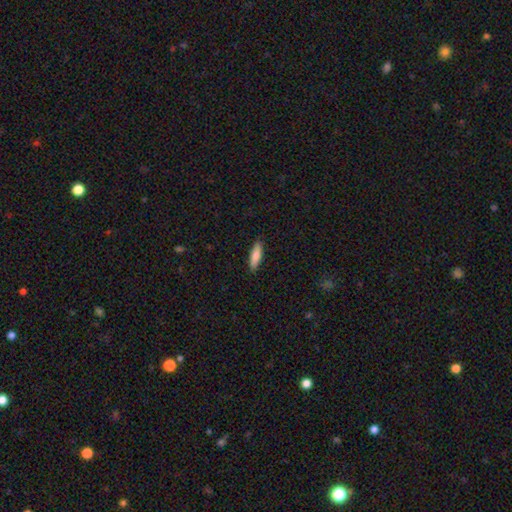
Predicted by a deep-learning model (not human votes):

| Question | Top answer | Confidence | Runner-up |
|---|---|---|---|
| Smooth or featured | smooth | 81% | featured or disk (13%) |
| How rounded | cigar-shaped | 61% | in between (38%) |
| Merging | none | 89% | minor disturbance (8%) |